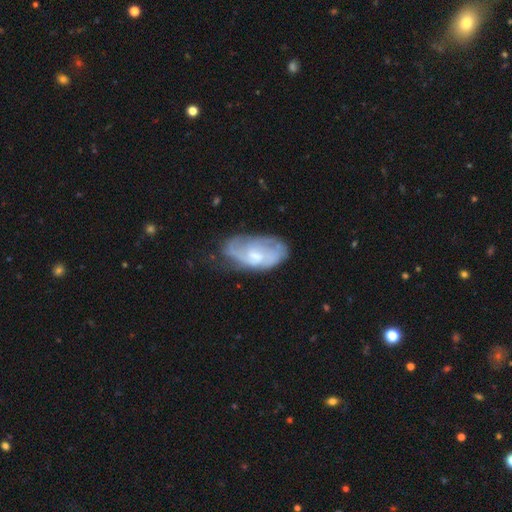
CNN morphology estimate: Smooth or featured: featured or disk — 61% (smooth — 31%)
Edge-on disk: no — 94% (yes — 6%)
Bar: no — 62% (weak — 32%)
Spiral arms: yes — 70% (no — 30%)
Bulge size: moderate — 44% (small — 41%)
Merging: none — 48% (minor disturbance — 32%)